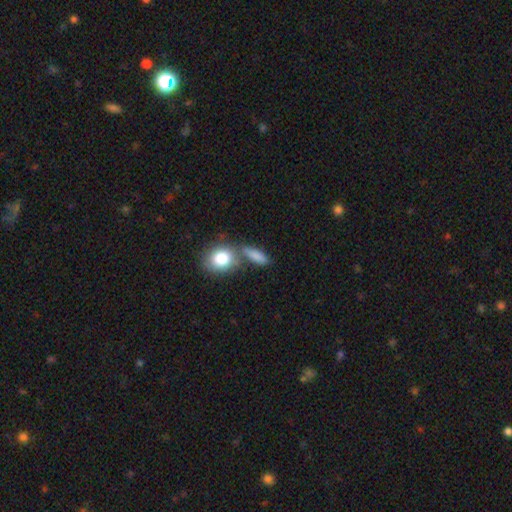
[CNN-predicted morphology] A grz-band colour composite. It shows a smooth galaxy with no disk features (82%) that is in between round and cigar-shaped (63%). Merging: none (53%).